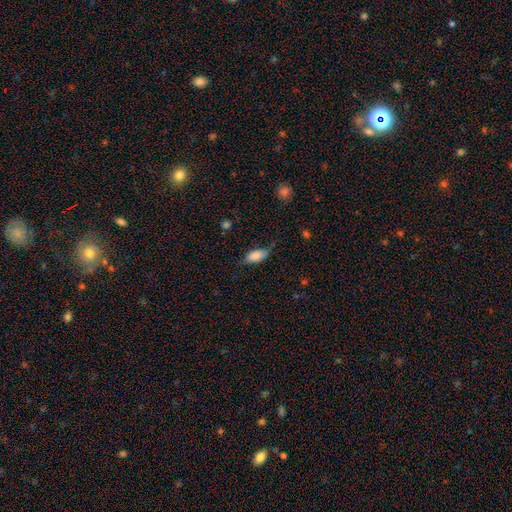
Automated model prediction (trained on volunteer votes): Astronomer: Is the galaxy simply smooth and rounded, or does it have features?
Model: smooth — 85%.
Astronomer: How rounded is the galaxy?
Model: in between — 88%.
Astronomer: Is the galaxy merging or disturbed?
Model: none — 65%.